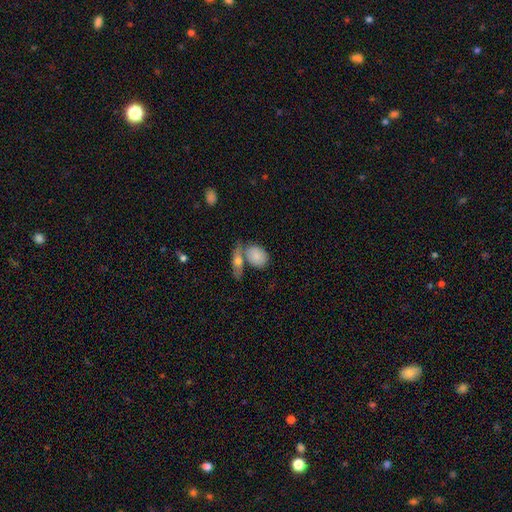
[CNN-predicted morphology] A smooth galaxy with no disk features (79%) that is in between round and cigar-shaped (71%).

Vote fractions:
- Smooth or featured? smooth: 79% / featured or disk: 14% / star or artifact: 7%
- How rounded? in between: 71% / round: 26% / cigar-shaped: 3%
- Merging? none: 41% / merger: 39% / minor disturbance: 14% / major disturbance: 6%